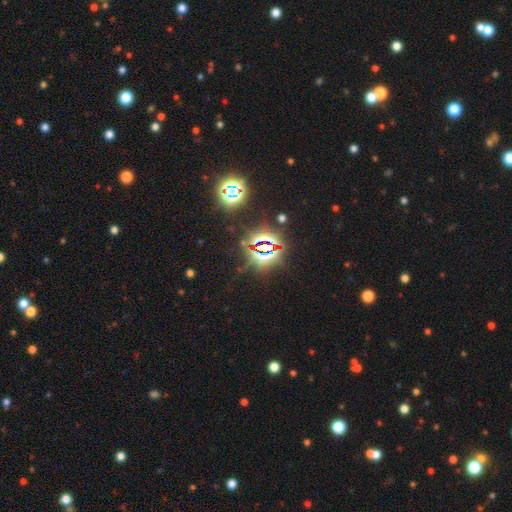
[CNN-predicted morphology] Smooth or featured: star or artifact — 84% (smooth — 10%)